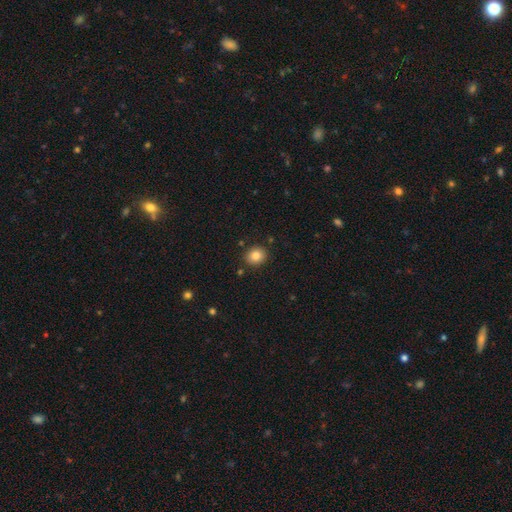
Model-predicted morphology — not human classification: type=smooth (83%); roundness=round (71%); merging=none (88%).